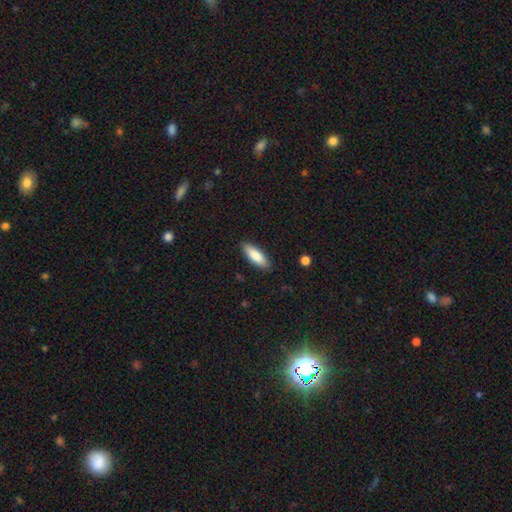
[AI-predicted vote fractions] Overall: smooth (84%). How rounded: in between (61%; cigar-shaped 37%). Merging: none (88%).